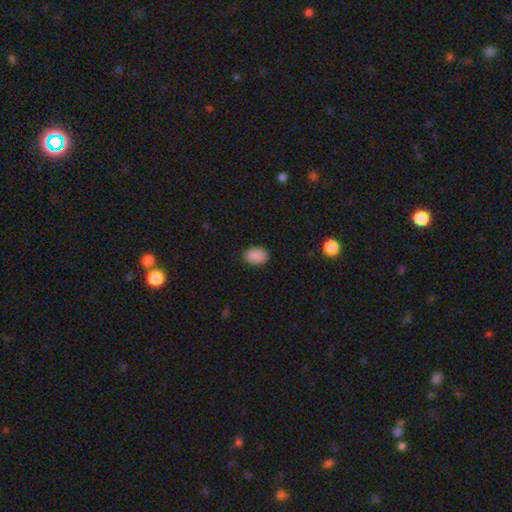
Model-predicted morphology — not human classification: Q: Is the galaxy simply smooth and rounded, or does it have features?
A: smooth — 89%.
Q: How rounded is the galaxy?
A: in between — 82%.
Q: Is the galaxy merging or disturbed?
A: none — 87%.